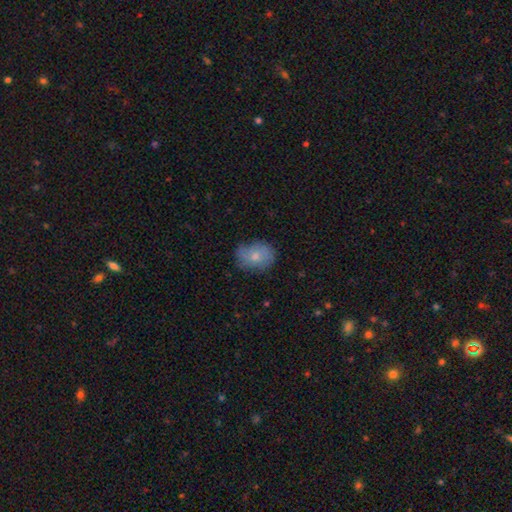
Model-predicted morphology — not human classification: Smooth or featured? Predicted: smooth (p=0.67). How rounded? Predicted: in between (p=0.60). Merging? Predicted: none (p=0.65).